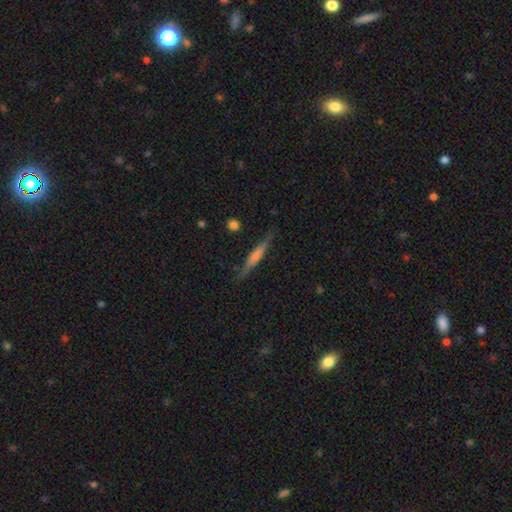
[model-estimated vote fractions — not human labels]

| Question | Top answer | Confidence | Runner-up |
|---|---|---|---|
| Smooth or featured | featured or disk | 53% | smooth (41%) |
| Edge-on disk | yes | 96% | no (4%) |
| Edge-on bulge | none | 40% | rounded (37%) |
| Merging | none | 86% | minor disturbance (11%) |